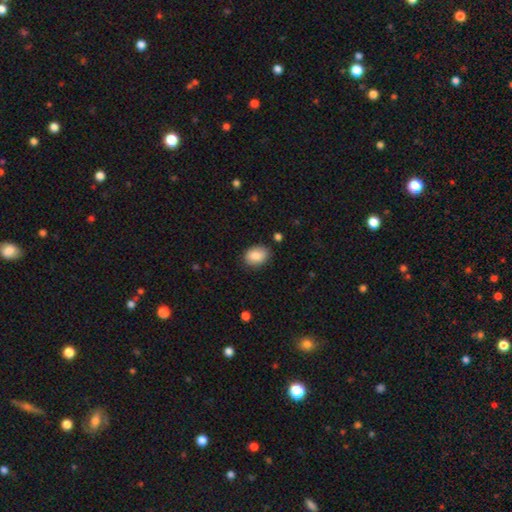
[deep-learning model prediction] smooth-or-featured: smooth: 86% | star or artifact: 7% | featured or disk: 7%
  how-rounded: in between: 71% | round: 28% | cigar-shaped: 1%
  merging: none: 83% | minor disturbance: 13% | major disturbance: 3% | merger: 2%